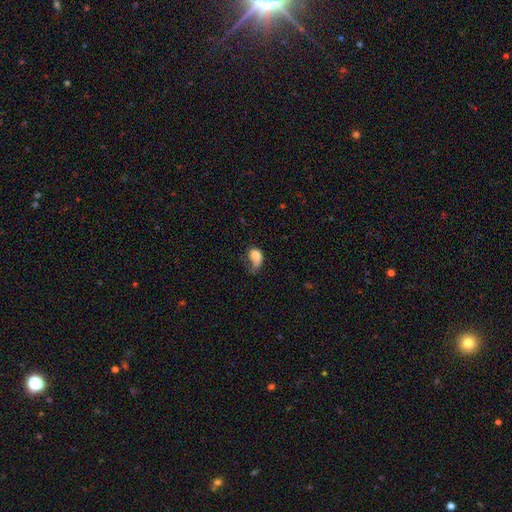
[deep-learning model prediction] Smooth or featured: smooth — 66% (featured or disk — 25%)
How rounded: in between — 79% (round — 19%)
Merging: major disturbance — 52% (minor disturbance — 22%)